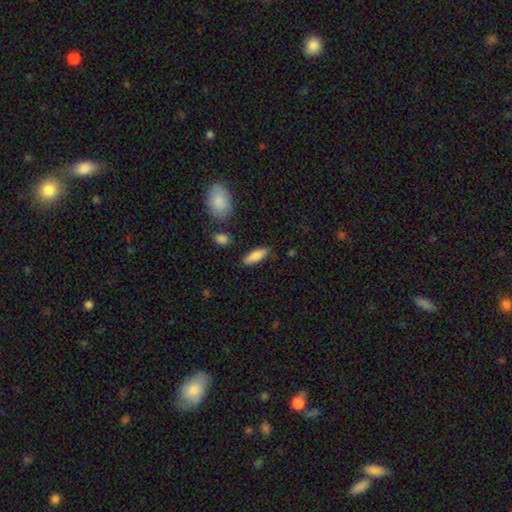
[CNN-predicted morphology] This is clearly a smooth galaxy (84%). How rounded: likely in between (65%). Merging: clearly none (82%).